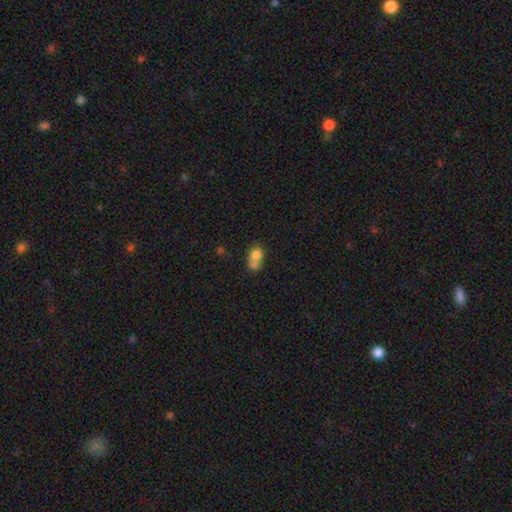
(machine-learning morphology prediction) Smooth or featured? Predicted: smooth (p=0.75). How rounded? Predicted: round (p=0.50). Merging? Predicted: merger (p=0.58).